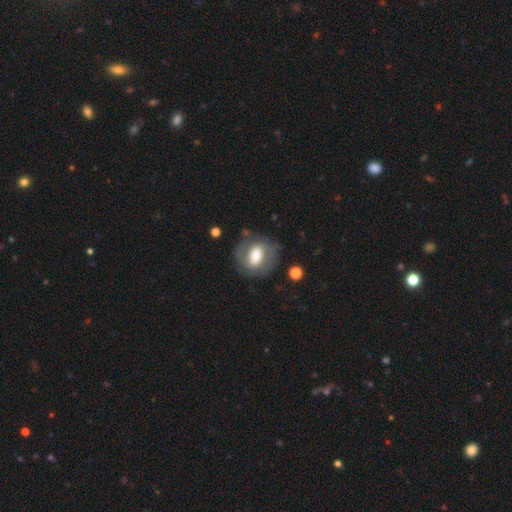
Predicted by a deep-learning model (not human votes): featured or disk 56%, smooth 37%, star or artifact 7%. Down the decision tree: edge-on disk — no (95%); bar — weak (37%); spiral arms — yes (62%); bulge size — moderate (58%); merging — none (72%).